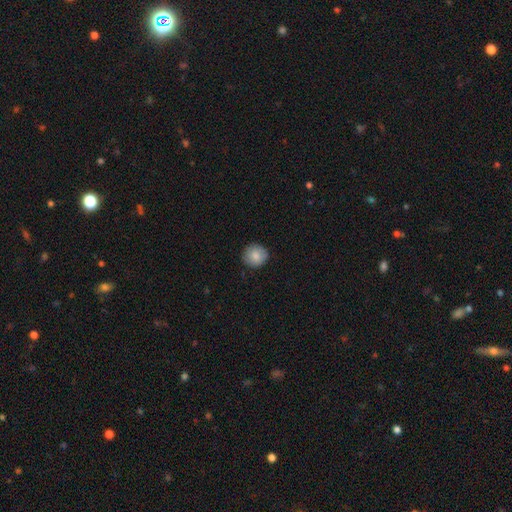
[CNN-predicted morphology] The model was most divided on "smooth or featured": smooth: 85%, featured or disk: 8%, star or artifact: 8%. More confident: how rounded — round (89%); merging — none (87%).